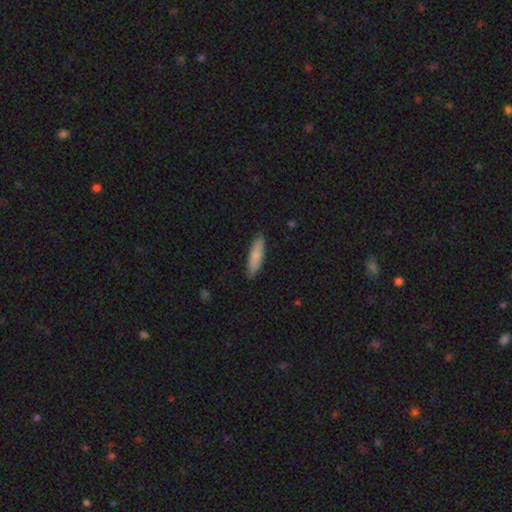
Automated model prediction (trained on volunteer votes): This is clearly a smooth galaxy (82%). How rounded: likely cigar-shaped (72%). Merging: clearly none (89%).